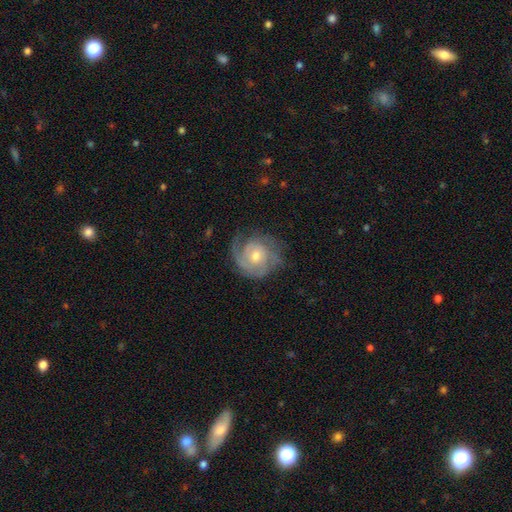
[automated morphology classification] A featured or disk galaxy (80%) with no bar (71%), 2 (35%) tight (58%) spiral arms (94%) and a moderate central bulge (58%).

Vote fractions:
- Smooth or featured? featured or disk: 80% / smooth: 15% / star or artifact: 5%
- Edge-on disk? no: 98% / yes: 2%
- Bar? no: 71% / weak: 25% / strong: 4%
- Spiral arms? yes: 94% / no: 6%
- Spiral winding? tight: 58% / medium: 32% / loose: 11%
- Spiral arm count? 2: 35% / can't tell: 24% / 3: 19% / 1: 13% / 4: 5% / more than 4: 4%
- Bulge size? moderate: 58% / small: 37% / large: 3% / none: 1% / dominant: 1%
- Merging? none: 65% / minor disturbance: 21% / major disturbance: 12% / merger: 1%